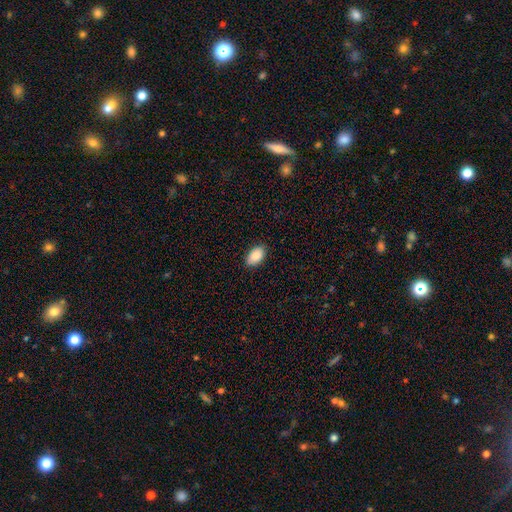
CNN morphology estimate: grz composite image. It shows a smooth galaxy with no disk features (90%) that is in between round and cigar-shaped (93%). Merging: none (87%).